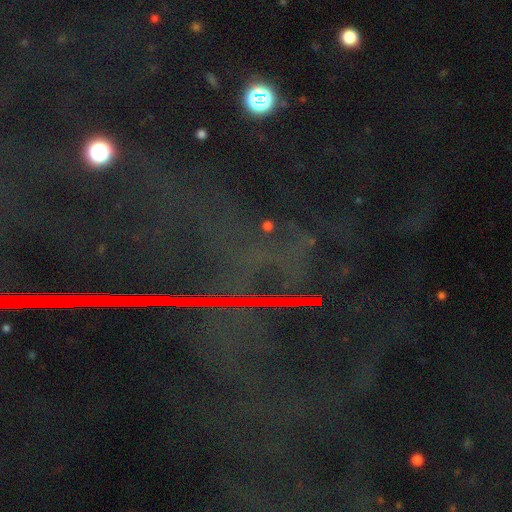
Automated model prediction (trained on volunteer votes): The model was most divided on "smooth or featured": star or artifact: 84%, smooth: 8%, featured or disk: 8%.